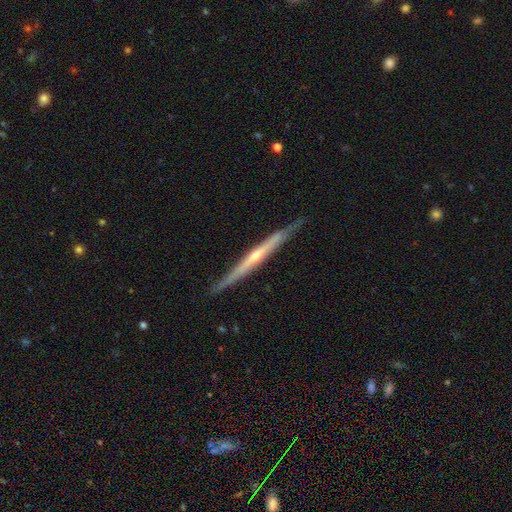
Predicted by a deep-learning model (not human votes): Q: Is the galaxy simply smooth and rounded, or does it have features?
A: featured or disk — 74%.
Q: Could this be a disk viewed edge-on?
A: yes — 97%.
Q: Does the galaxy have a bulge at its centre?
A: rounded — 51%.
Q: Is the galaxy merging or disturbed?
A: none — 86%.